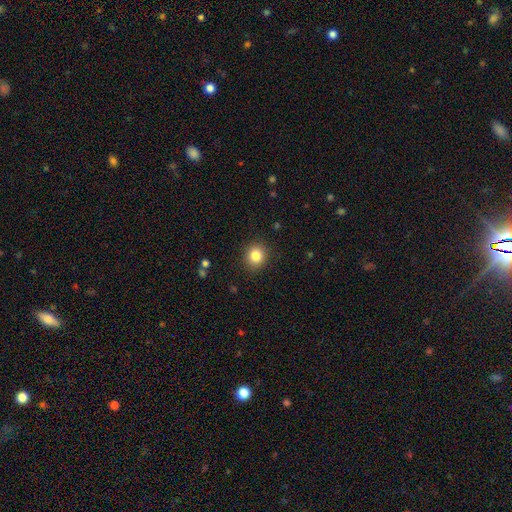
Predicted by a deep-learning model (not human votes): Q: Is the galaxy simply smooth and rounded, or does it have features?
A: smooth — 83%.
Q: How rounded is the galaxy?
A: round — 83%.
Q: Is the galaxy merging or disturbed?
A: none — 90%.